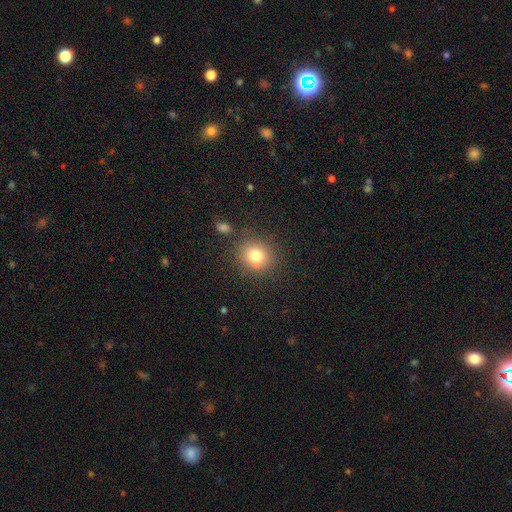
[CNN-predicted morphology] Overall: smooth (78%). How rounded: round (85%). Merging: none (83%).